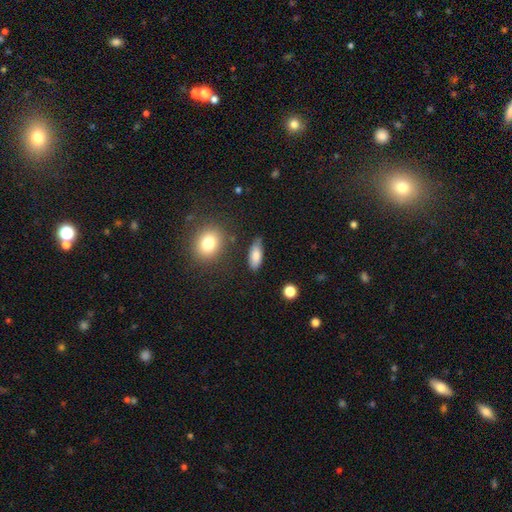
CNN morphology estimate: The model was most divided on "merging": none: 73%, minor disturbance: 20%, major disturbance: 5%, merger: 3%. More confident: smooth or featured — smooth (81%); how rounded — in between (78%).